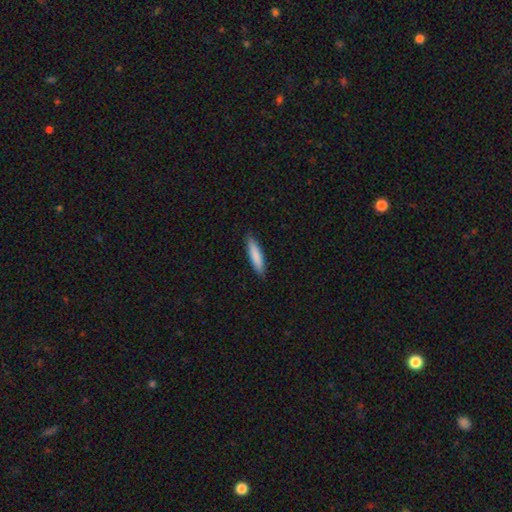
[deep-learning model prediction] Overall: smooth (84%). How rounded: cigar-shaped (82%). Merging: none (89%).